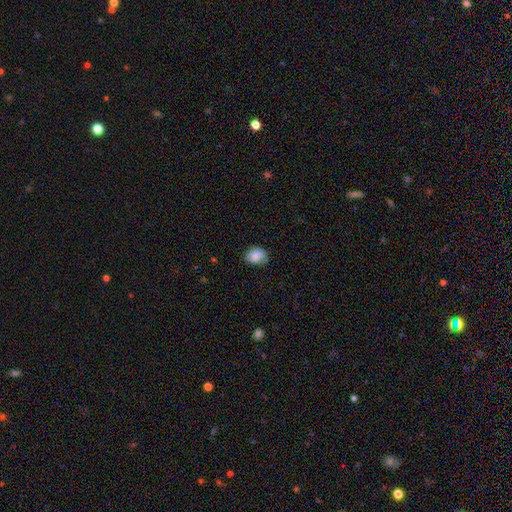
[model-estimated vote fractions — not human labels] Smooth or featured? smooth (83%)
How rounded? in between (59%)
Merging? none (64%)